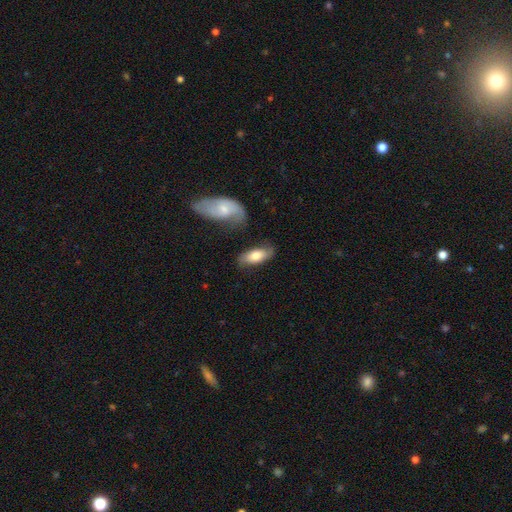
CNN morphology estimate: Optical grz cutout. It shows a smooth galaxy with no disk features (71%) that is in between round and cigar-shaped (84%). Merging: none (70%).